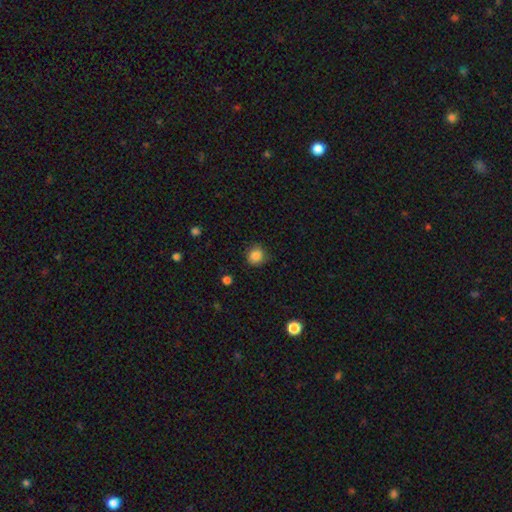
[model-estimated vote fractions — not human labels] smooth-or-featured: smooth: 86% | star or artifact: 10% | featured or disk: 4%
  how-rounded: round: 88% | in between: 11% | cigar-shaped: 1%
  merging: none: 80% | minor disturbance: 15% | major disturbance: 3% | merger: 1%